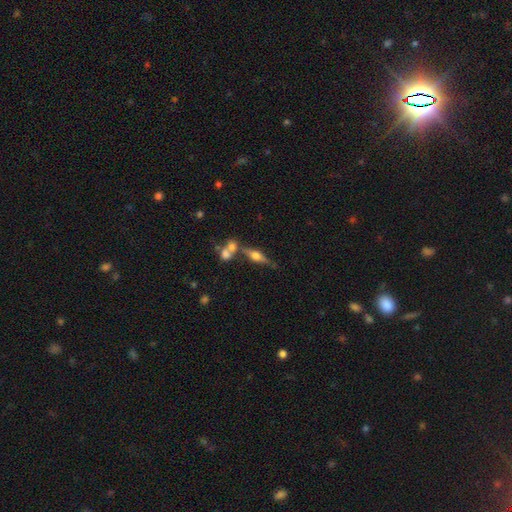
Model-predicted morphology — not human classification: smooth-or-featured: featured or disk: 67% | smooth: 25% | star or artifact: 8%
  disk-edge-on: yes: 92% | no: 8%
    edge-on-bulge: rounded: 92% | boxy: 6% | none: 2%
  merging: none: 60% | merger: 23% | minor disturbance: 12% | major disturbance: 5%